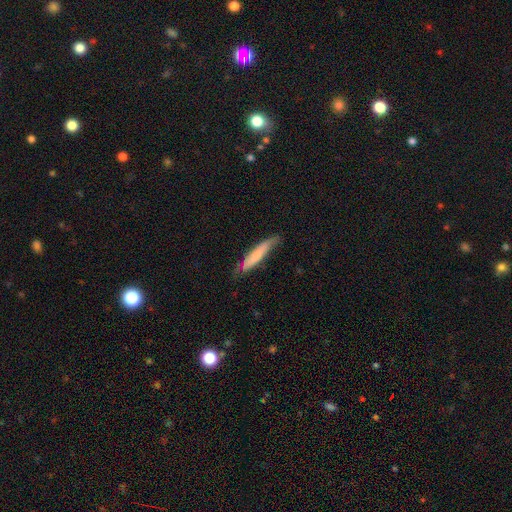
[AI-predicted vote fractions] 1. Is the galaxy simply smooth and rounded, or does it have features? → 67% smooth, 28% featured or disk, 5% star or artifact.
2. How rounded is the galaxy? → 90% cigar-shaped, 9% in between, 1% round.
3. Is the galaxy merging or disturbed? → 68% none, 25% minor disturbance, 5% major disturbance, 2% merger.